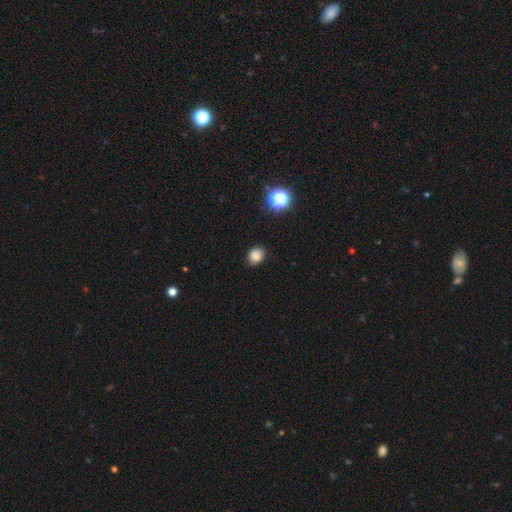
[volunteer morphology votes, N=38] smooth-or-featured: smooth: 79% | featured or disk: 11% | star or artifact: 11%
  how-rounded: round: 77% | in between: 23% | cigar-shaped: 0%
  merging: none: 79% | minor disturbance: 15% | major disturbance: 6% | merger: 0%